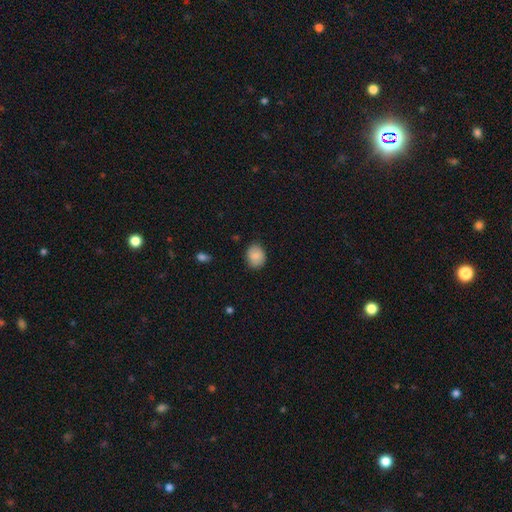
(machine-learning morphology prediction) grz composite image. It shows a smooth galaxy with no disk features (84%) that is round (54%). Merging: none (82%).